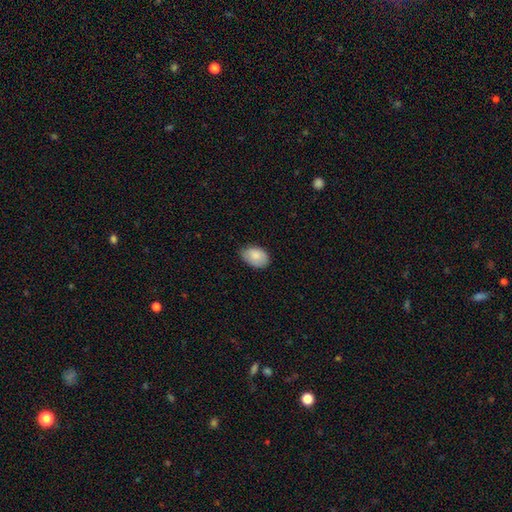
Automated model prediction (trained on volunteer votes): A smooth galaxy with no disk features (86%) that is in between round and cigar-shaped (88%).

Vote fractions:
- Smooth or featured? smooth: 86% / featured or disk: 8% / star or artifact: 7%
- How rounded? in between: 88% / round: 11% / cigar-shaped: 1%
- Merging? none: 74% / minor disturbance: 22% / major disturbance: 3% / merger: 1%